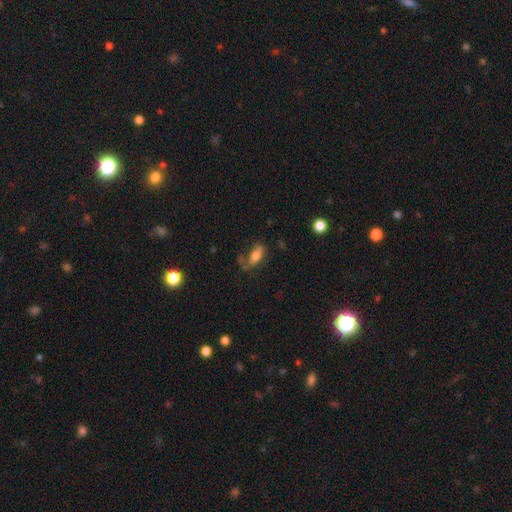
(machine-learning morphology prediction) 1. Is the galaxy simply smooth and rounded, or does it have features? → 61% smooth, 30% featured or disk, 9% star or artifact.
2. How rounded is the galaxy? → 79% in between, 16% cigar-shaped, 5% round.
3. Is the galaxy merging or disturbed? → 47% none, 25% major disturbance, 23% minor disturbance, 5% merger.